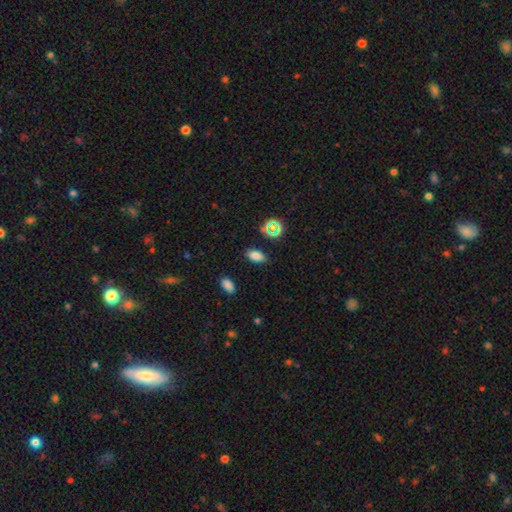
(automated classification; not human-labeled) Smooth or featured?
  - smooth: 78% *
  - star or artifact: 16%
  - featured or disk: 6%
How rounded?
  - in between: 88% *
  - cigar-shaped: 6%
  - round: 6%
Merging?
  - none: 86% *
  - minor disturbance: 9%
  - major disturbance: 3%
  - merger: 2%